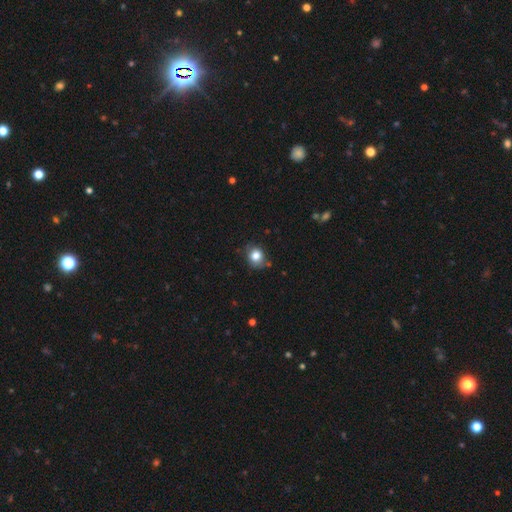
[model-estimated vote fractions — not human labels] Overall: smooth (81%). How rounded: round (73%). Merging: none (75%).